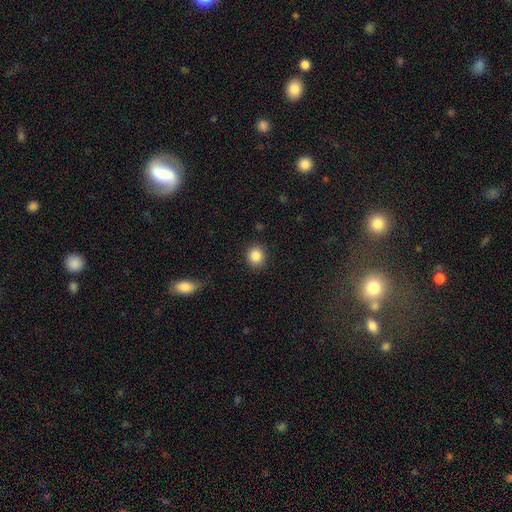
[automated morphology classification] Q: Smooth or featured?
A: smooth (86%); runner-up: star or artifact (9%)
Q: How rounded?
A: round (84%); runner-up: in between (15%)
Q: Merging?
A: none (89%); runner-up: minor disturbance (8%)